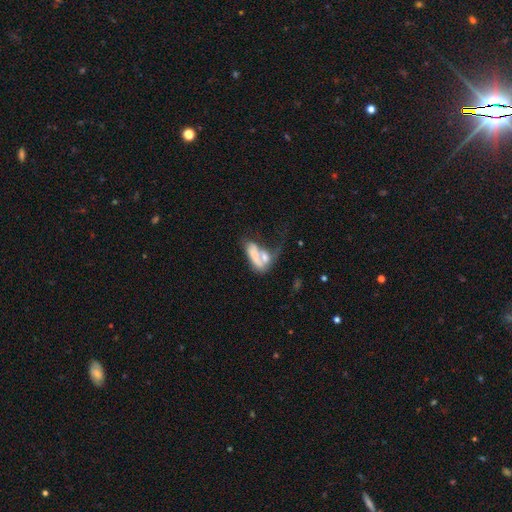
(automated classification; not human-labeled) Smooth or featured?
  - smooth: 54% *
  - featured or disk: 37%
  - star or artifact: 9%
How rounded?
  - in between: 73% *
  - cigar-shaped: 21%
  - round: 6%
Merging?
  - merger: 54% *
  - major disturbance: 22%
  - none: 14%
  - minor disturbance: 9%